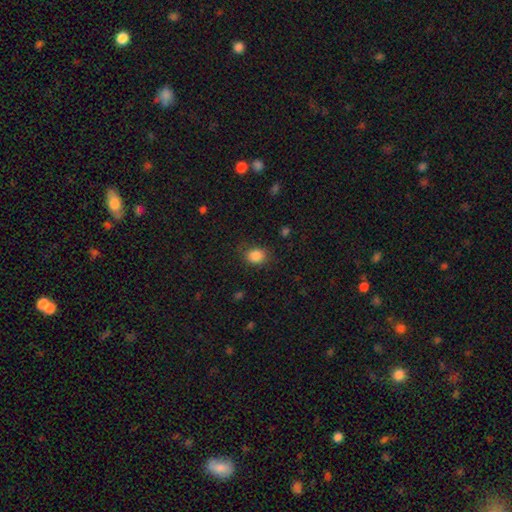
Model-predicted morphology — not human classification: Overall: smooth (86%). How rounded: round (56%; in between 43%). Merging: none (79%).